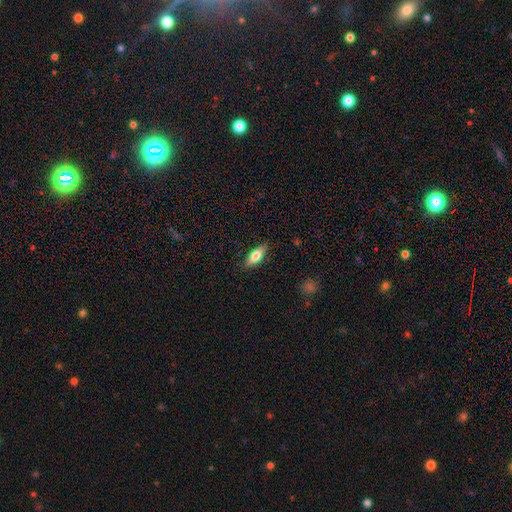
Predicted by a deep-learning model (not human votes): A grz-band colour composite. It shows a smooth galaxy with no disk features (63%) that is in between round and cigar-shaped (64%). Merging: none (86%).